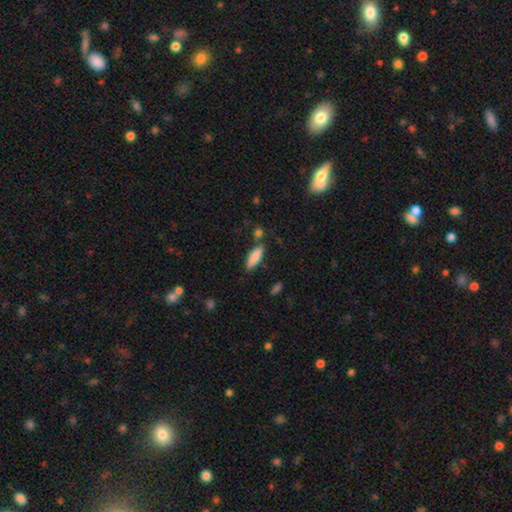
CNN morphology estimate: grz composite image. It shows a smooth galaxy with no disk features (84%) that is cigar-shaped (49%, tied with in between). Merging: none (75%).